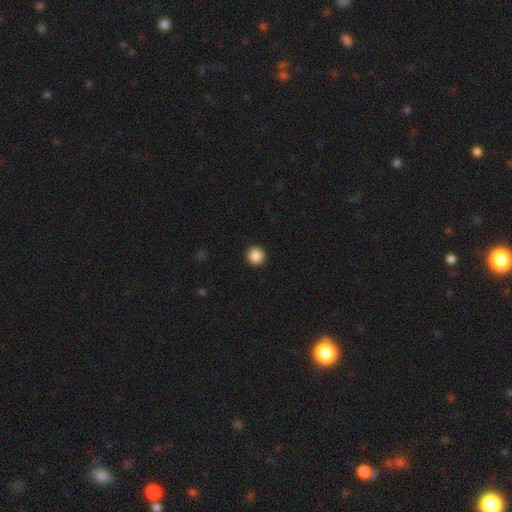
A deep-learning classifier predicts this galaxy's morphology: type=smooth (88%); roundness=round (96%); merging=none (94%).